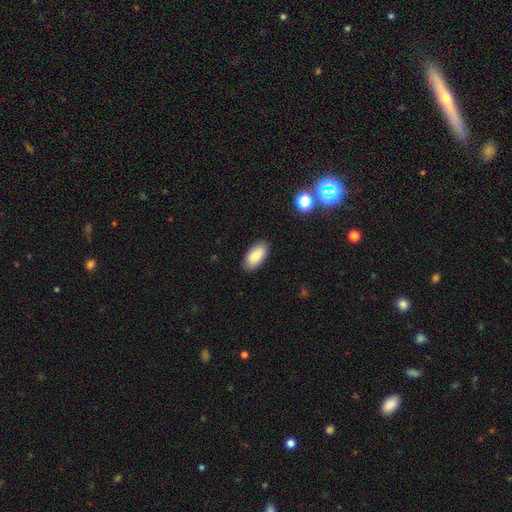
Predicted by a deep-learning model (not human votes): smooth-or-featured: smooth: 85% | featured or disk: 8% | star or artifact: 7%
  how-rounded: in between: 94% | cigar-shaped: 4% | round: 2%
  merging: none: 87% | minor disturbance: 10% | major disturbance: 2% | merger: 1%